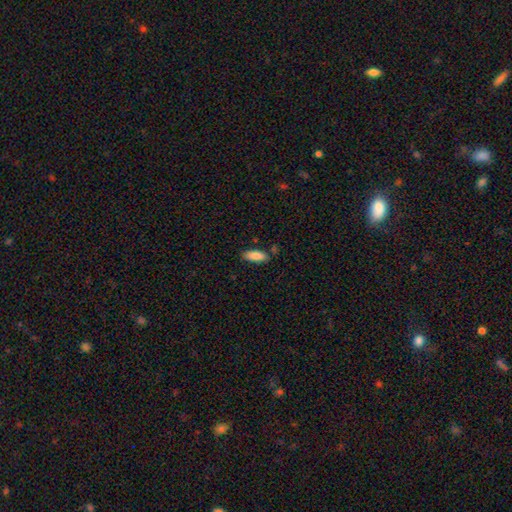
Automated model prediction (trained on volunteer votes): This appears to be a smooth galaxy with no disk features (87%) that is in between round and cigar-shaped (69%). Merging: none (80%).